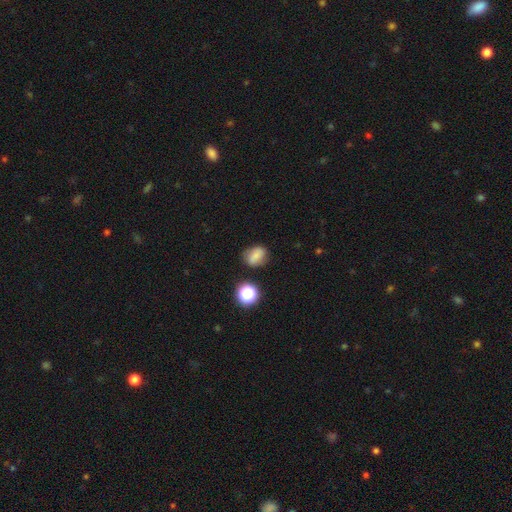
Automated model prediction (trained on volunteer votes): Smooth or featured: smooth — 74% (star or artifact — 14%)
How rounded: in between — 60% (round — 38%)
Merging: none — 74% (minor disturbance — 18%)